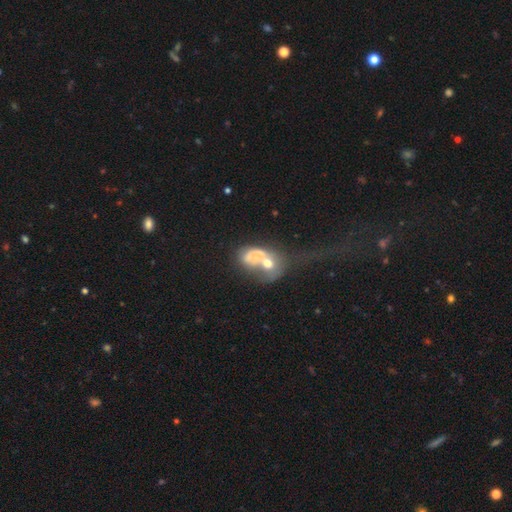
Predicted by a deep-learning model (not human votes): Q: Smooth or featured?
A: smooth (44%); tied with: featured or disk (44%)
Q: Merging?
A: merger (55%); runner-up: major disturbance (25%)